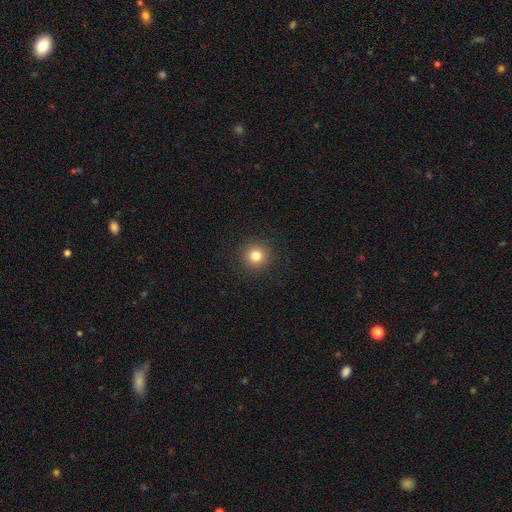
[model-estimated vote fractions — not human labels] smooth-or-featured: smooth: 81% | star or artifact: 13% | featured or disk: 6%
  how-rounded: round: 95% | in between: 4% | cigar-shaped: 1%
  merging: none: 92% | minor disturbance: 5% | major disturbance: 2% | merger: 1%